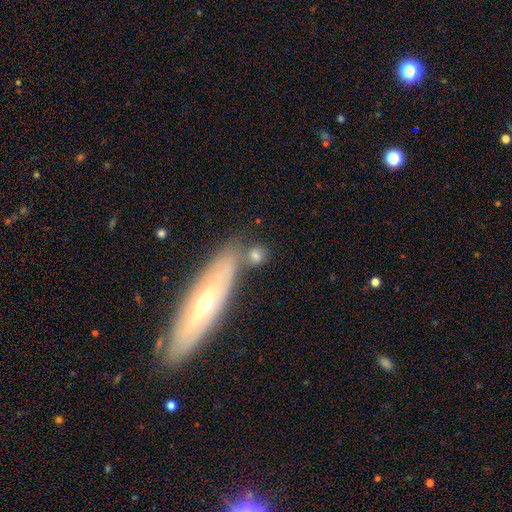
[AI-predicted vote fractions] A smooth galaxy with no disk features (69%) that is round (49%). Merging: none (51%).